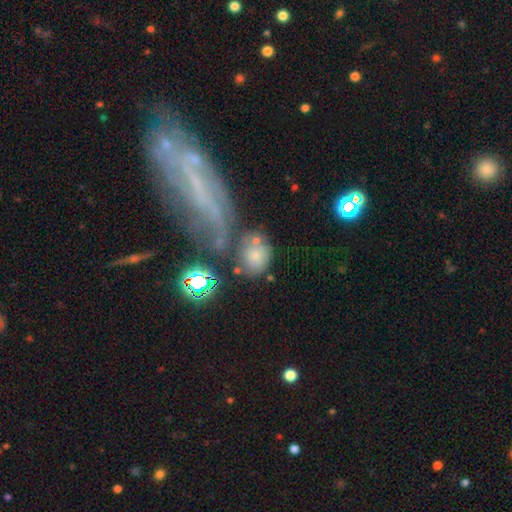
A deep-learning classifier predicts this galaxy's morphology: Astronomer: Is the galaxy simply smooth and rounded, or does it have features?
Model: smooth — 65%.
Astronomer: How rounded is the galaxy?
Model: round — 61% (runner-up: in between, 37%).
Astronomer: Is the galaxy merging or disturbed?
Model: none — 46% (runner-up: merger, 26%).